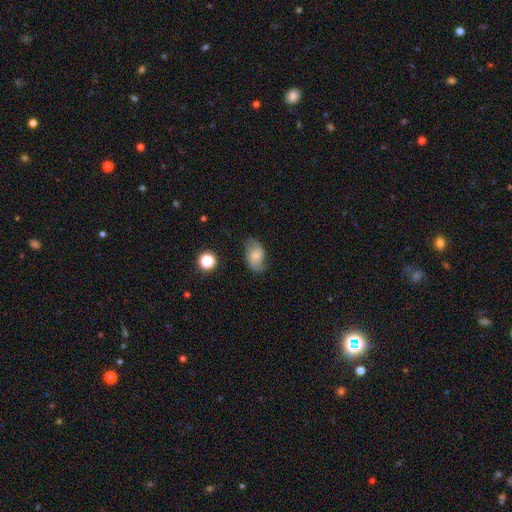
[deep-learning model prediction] This is possibly a smooth galaxy (59%). How rounded: clearly in between (87%). Merging: likely none (68%).